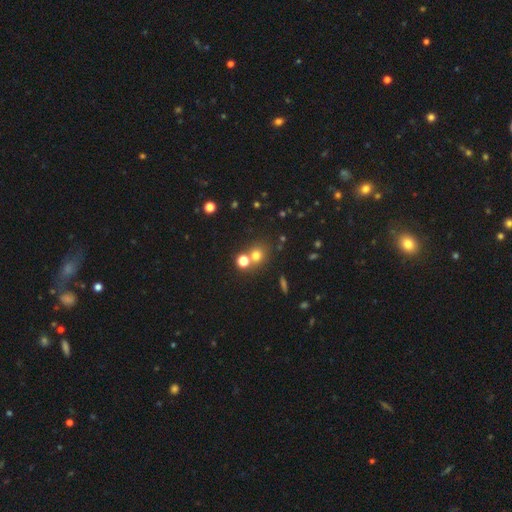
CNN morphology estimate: The model was most divided on "merging": none: 61%, merger: 27%, minor disturbance: 8%, major disturbance: 4%. More confident: how rounded — round (83%); smooth or featured — smooth (69%).